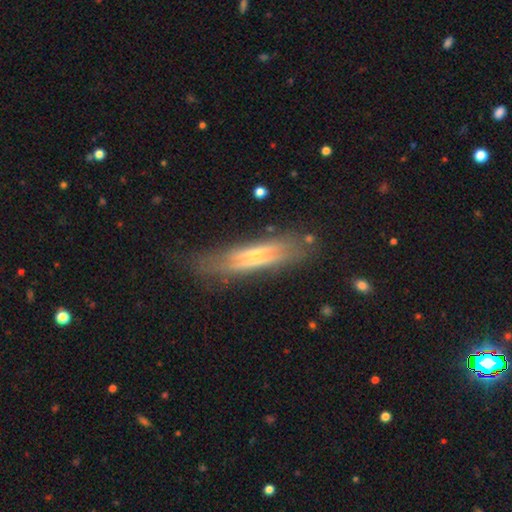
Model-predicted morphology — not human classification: A featured or disk galaxy (63%) viewed edge-on (81%) with a rounded central bulge (61%).

Vote fractions:
- Smooth or featured? featured or disk: 63% / smooth: 29% / star or artifact: 8%
- Edge-on disk? yes: 81% / no: 19%
- Edge-on bulge? rounded: 61% / none: 28% / boxy: 11%
- Merging? none: 72% / minor disturbance: 19% / major disturbance: 7% / merger: 2%